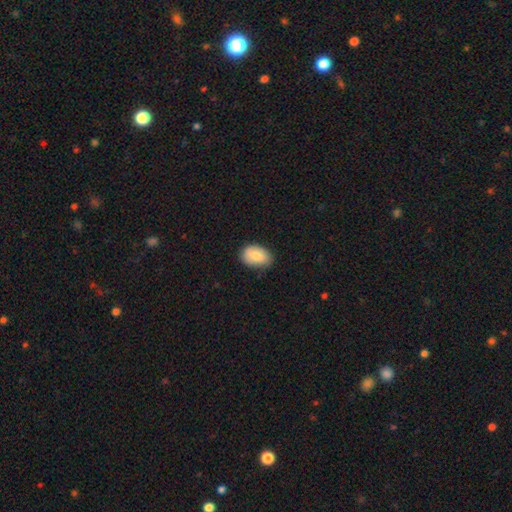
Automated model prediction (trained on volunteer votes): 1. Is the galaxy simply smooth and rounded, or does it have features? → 81% smooth, 12% featured or disk, 7% star or artifact.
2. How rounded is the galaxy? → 88% in between, 11% round, 1% cigar-shaped.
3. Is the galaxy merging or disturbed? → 78% none, 18% minor disturbance, 3% major disturbance, 1% merger.